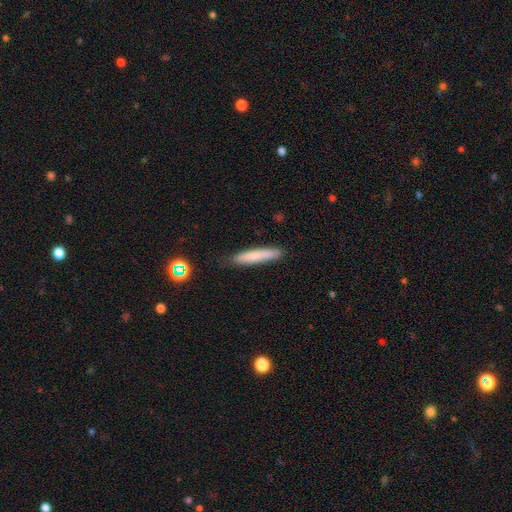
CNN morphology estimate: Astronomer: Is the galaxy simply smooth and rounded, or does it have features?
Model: smooth — 77%.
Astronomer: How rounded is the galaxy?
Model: cigar-shaped — 91%.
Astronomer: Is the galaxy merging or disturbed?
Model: none — 85%.